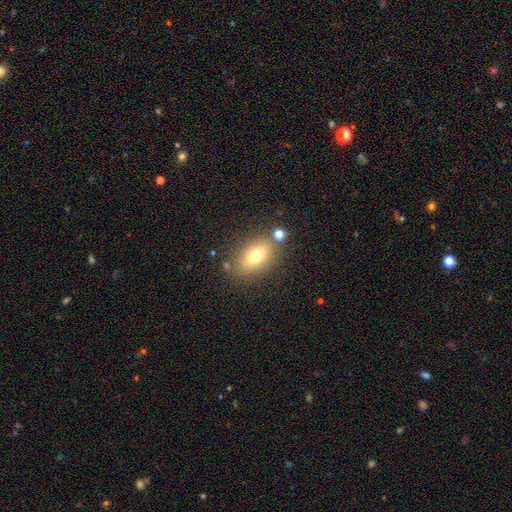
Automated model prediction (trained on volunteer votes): The model was most divided on "smooth or featured": smooth: 71%, featured or disk: 18%, star or artifact: 11%. More confident: how rounded — in between (83%); merging — none (77%).